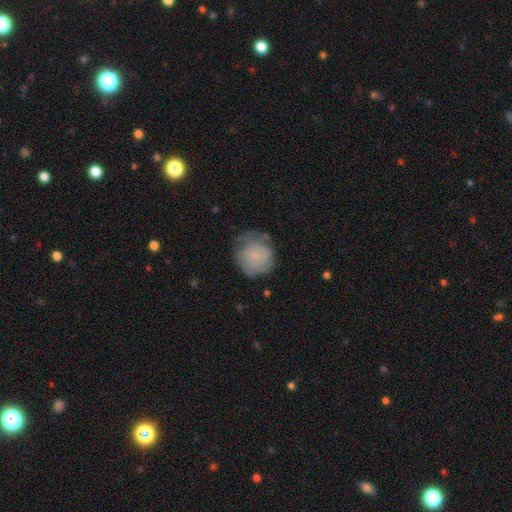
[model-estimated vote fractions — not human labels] This appears to be a smooth galaxy with no disk features (55%) that is round (86%). Merging: none (55%).